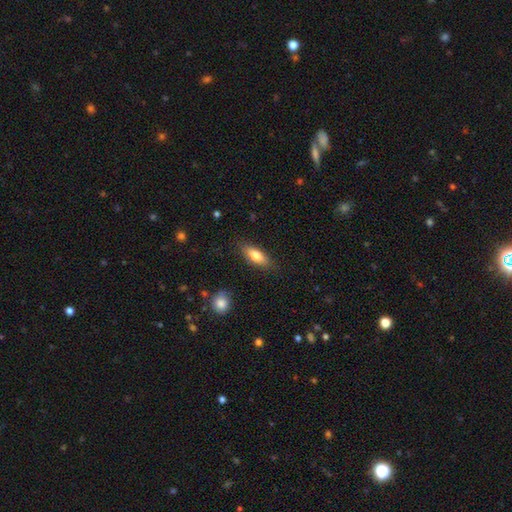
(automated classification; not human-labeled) A smooth galaxy with no disk features (74%) that is in between round and cigar-shaped (72%). Merging: none (83%).